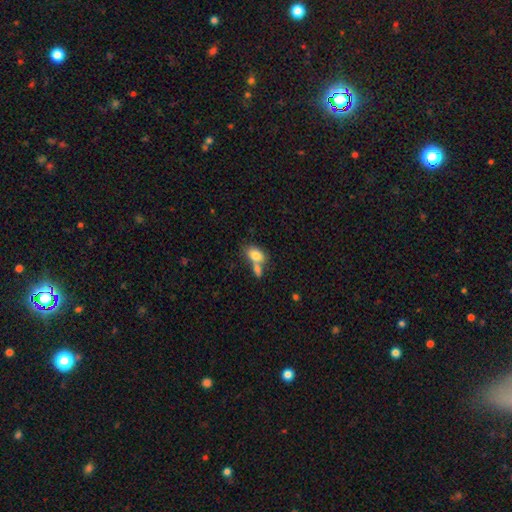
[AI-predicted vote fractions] Smooth or featured? smooth (80%)
How rounded? in between (86%)
Merging? merger (48%)